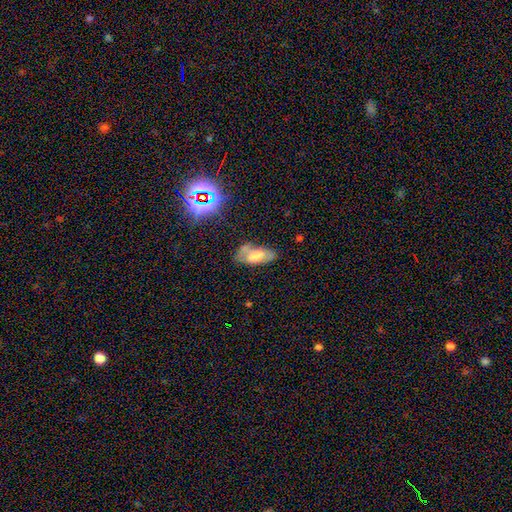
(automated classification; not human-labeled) Smooth or featured? smooth (53%)
How rounded? in between (85%)
Merging? none (48%)